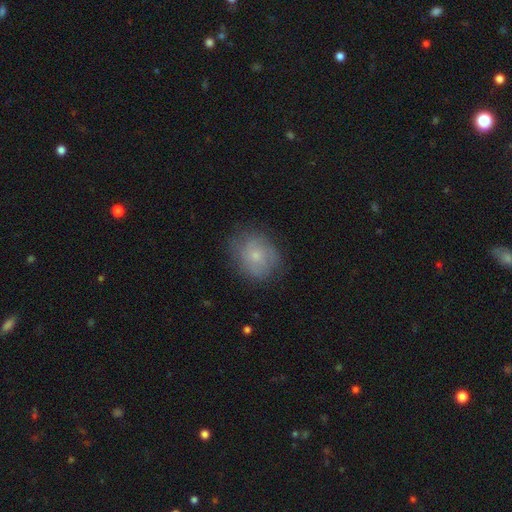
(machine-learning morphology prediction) smooth_or_featured: smooth (p=0.61) [alt: featured or disk p=0.31]
how_rounded: round (p=0.60) [alt: in between p=0.39]
merging: none (p=0.72) [alt: minor disturbance p=0.20]